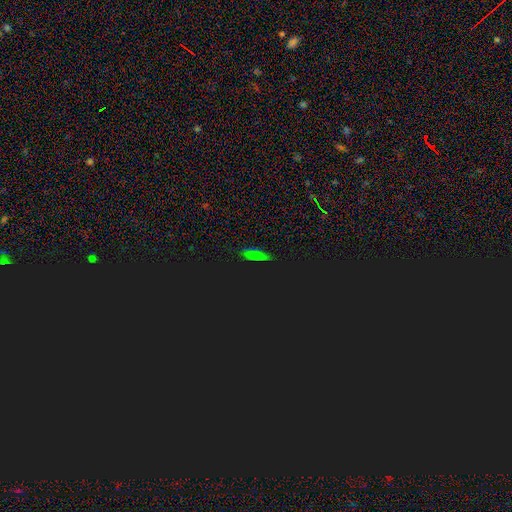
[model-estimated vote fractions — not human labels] Smooth or featured? star or artifact (48%)